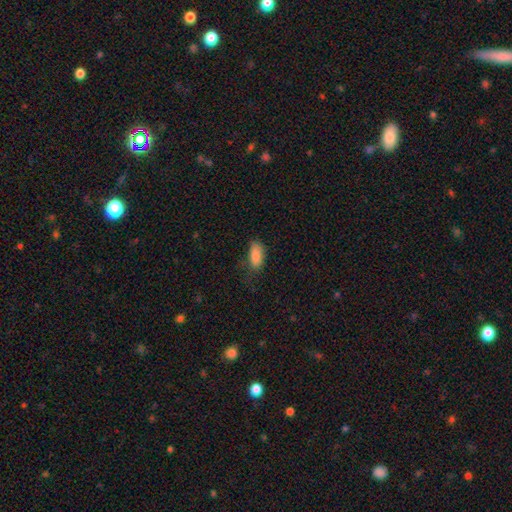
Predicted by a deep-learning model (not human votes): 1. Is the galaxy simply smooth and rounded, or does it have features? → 87% smooth, 8% star or artifact, 6% featured or disk.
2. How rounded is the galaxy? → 87% in between, 10% cigar-shaped, 3% round.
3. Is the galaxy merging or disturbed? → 59% none, 29% minor disturbance, 10% major disturbance, 2% merger.